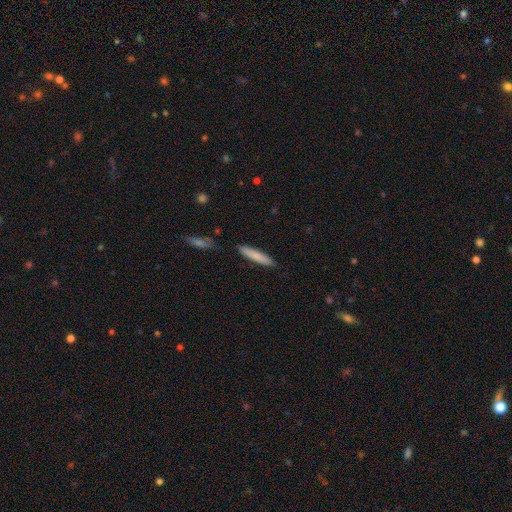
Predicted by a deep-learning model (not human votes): A smooth galaxy with no disk features (80%) that is cigar-shaped (89%).

Vote fractions:
- Smooth or featured? smooth: 80% / featured or disk: 15% / star or artifact: 5%
- How rounded? cigar-shaped: 89% / in between: 10% / round: 1%
- Merging? none: 87% / minor disturbance: 9% / merger: 3% / major disturbance: 2%